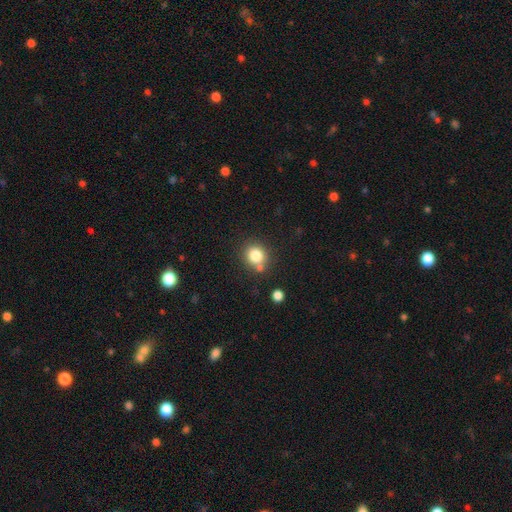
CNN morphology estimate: Smooth or featured?
  - smooth: 81% *
  - star or artifact: 11%
  - featured or disk: 7%
How rounded?
  - round: 84% *
  - in between: 16%
  - cigar-shaped: 1%
Merging?
  - none: 71% *
  - merger: 14%
  - minor disturbance: 11%
  - major disturbance: 3%